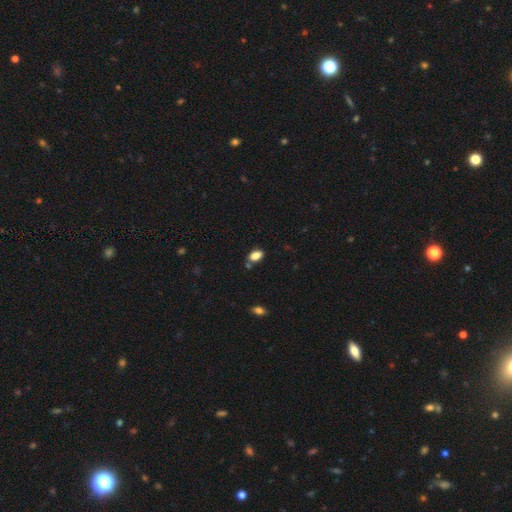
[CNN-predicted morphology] This is clearly a smooth galaxy (85%). How rounded: clearly in between (91%). Merging: likely none (74%).